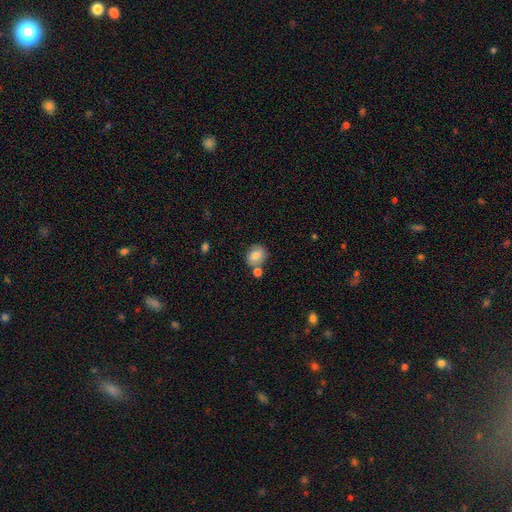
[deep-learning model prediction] smooth-or-featured: smooth: 73% | featured or disk: 18% | star or artifact: 9%
  how-rounded: round: 58% | in between: 41% | cigar-shaped: 1%
  merging: none: 64% | merger: 16% | minor disturbance: 15% | major disturbance: 4%